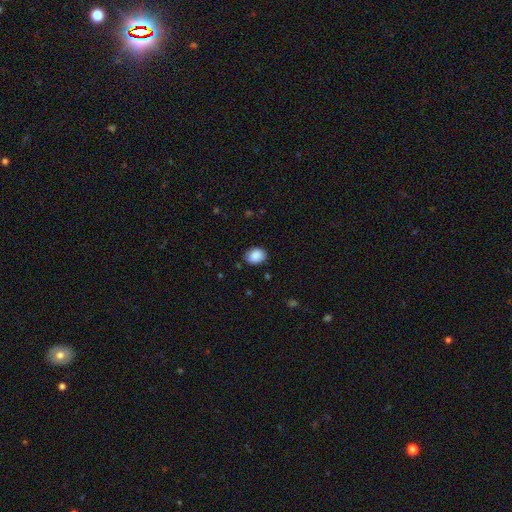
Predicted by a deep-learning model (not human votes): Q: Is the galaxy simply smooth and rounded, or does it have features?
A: smooth — 89%.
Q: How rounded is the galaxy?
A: in between — 61%.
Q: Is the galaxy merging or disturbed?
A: none — 84%.